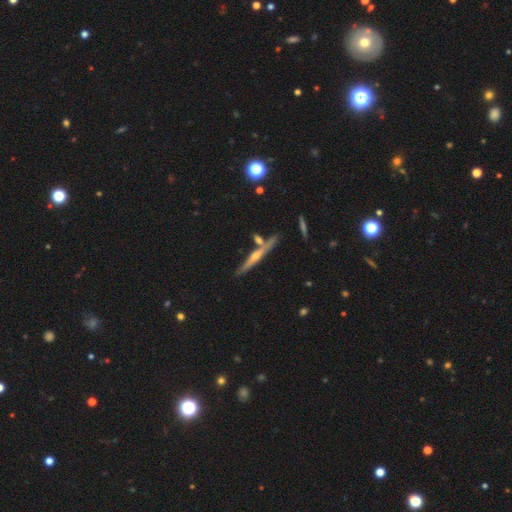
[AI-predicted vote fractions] This appears to be a featured or disk galaxy (69%) viewed edge-on (96%) with a rounded central bulge (75%). Merging: none (77%).